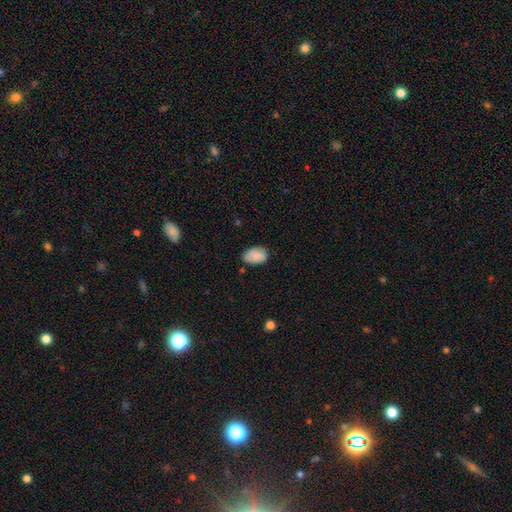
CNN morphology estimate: smooth-or-featured: smooth: 78% | featured or disk: 15% | star or artifact: 8%
  how-rounded: in between: 86% | round: 13% | cigar-shaped: 1%
  merging: none: 59% | minor disturbance: 32% | major disturbance: 6% | merger: 3%